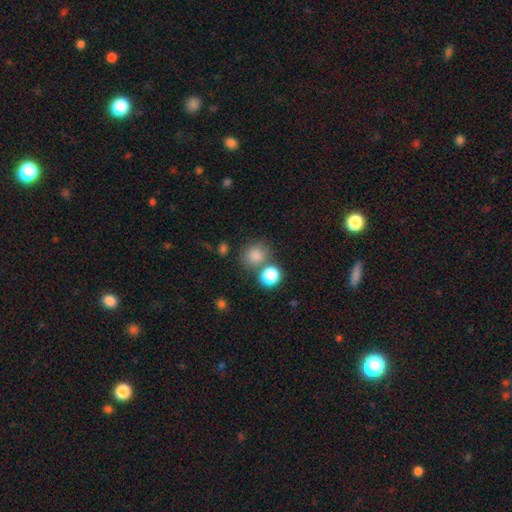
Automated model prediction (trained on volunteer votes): Smooth or featured: smooth — 81% (star or artifact — 13%)
How rounded: round — 81% (in between — 18%)
Merging: none — 70% (merger — 16%)